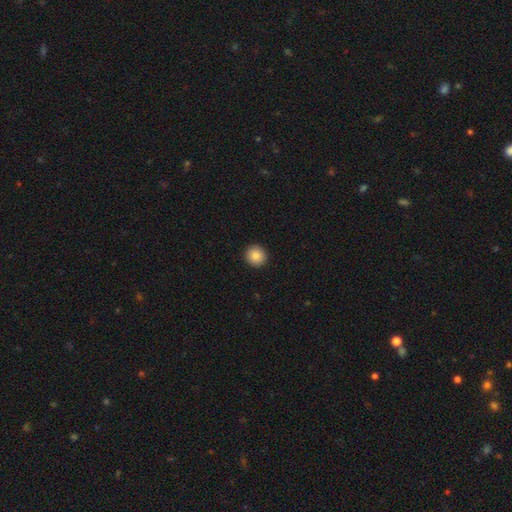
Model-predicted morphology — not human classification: This is clearly a smooth galaxy (87%). How rounded: clearly round (93%). Merging: clearly none (93%).